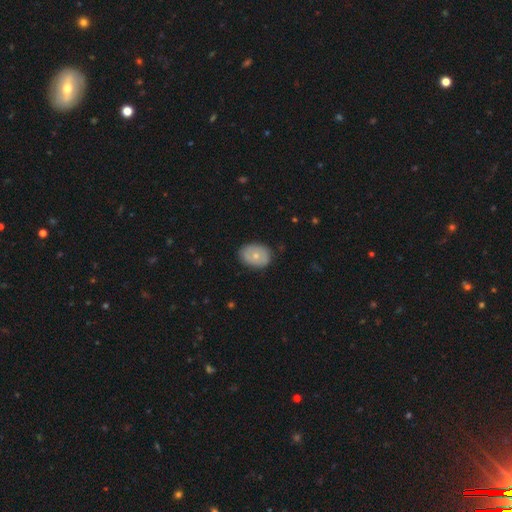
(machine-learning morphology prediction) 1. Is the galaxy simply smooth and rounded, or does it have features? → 60% smooth, 34% featured or disk, 6% star or artifact.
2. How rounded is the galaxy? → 68% in between, 31% round, 1% cigar-shaped.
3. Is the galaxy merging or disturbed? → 83% none, 13% minor disturbance, 3% major disturbance, 1% merger.